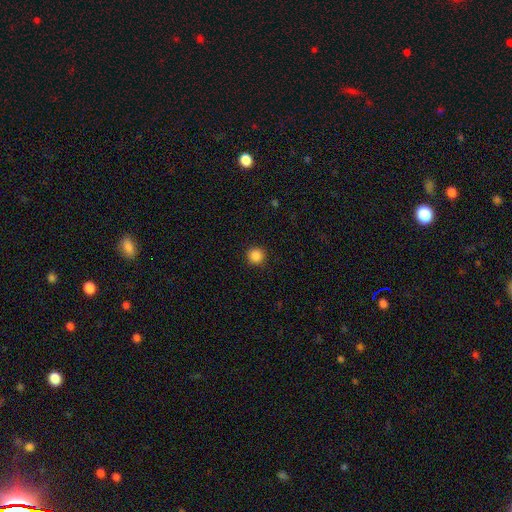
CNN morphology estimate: type=smooth (87%); roundness=round (95%); merging=none (92%).